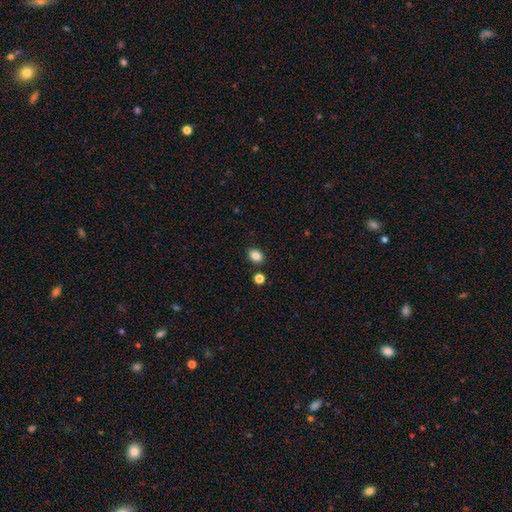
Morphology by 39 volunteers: Overall: smooth (90%). How rounded: in between (57%; round 43%). Merging: none (83%).